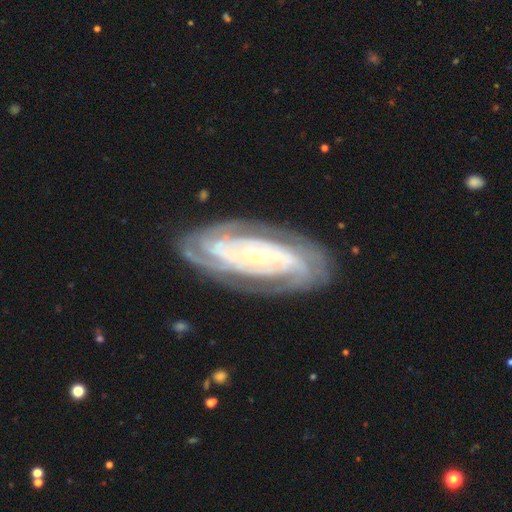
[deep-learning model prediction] A featured or disk galaxy (89%) with no bar (68%), tight (80%) spiral arms (97%) and a small central bulge (73%).

Vote fractions:
- Smooth or featured? featured or disk: 89% / smooth: 6% / star or artifact: 5%
- Edge-on disk? no: 93% / yes: 7%
- Bar? no: 68% / weak: 18% / strong: 14%
- Spiral arms? yes: 97% / no: 3%
- Spiral winding? tight: 80% / medium: 17% / loose: 3%
- Spiral arm count? can't tell: 25% / 2: 24% / 3: 21% / 4: 16% / more than 4: 9% / 1: 6%
- Bulge size? small: 73% / moderate: 23% / large: 2% / none: 1% / dominant: 1%
- Merging? none: 81% / minor disturbance: 14% / major disturbance: 4% / merger: 1%